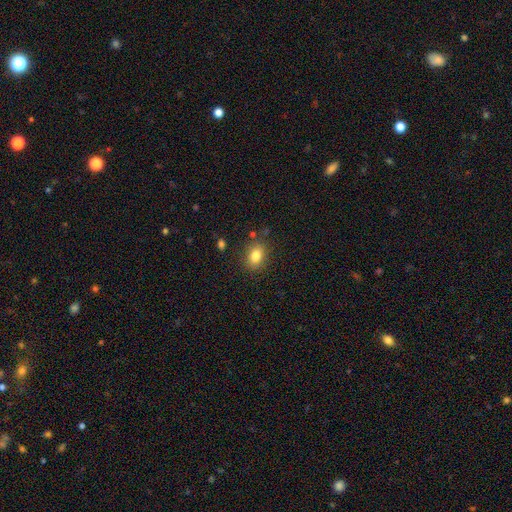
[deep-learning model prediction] Smooth or featured? Predicted: smooth (p=0.82). How rounded? Predicted: in between (p=0.69). Merging? Predicted: none (p=0.82).